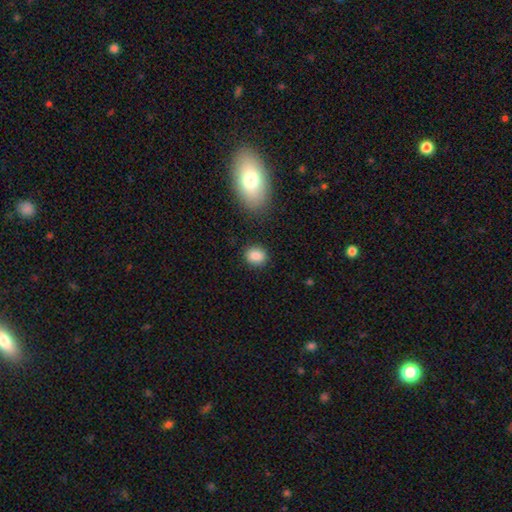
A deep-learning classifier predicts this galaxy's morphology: Overall: smooth (87%). How rounded: round (61%; in between 38%). Merging: none (87%).